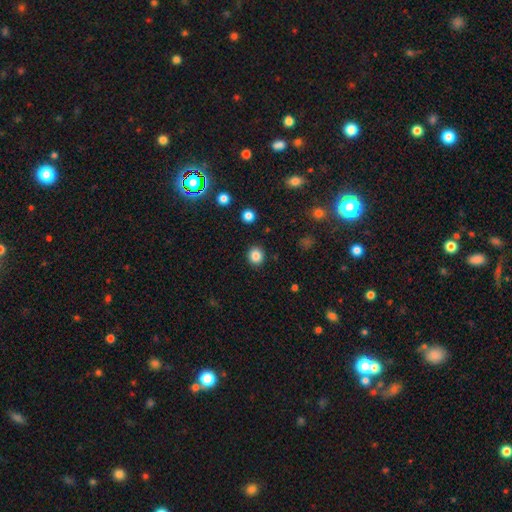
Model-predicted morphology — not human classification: smooth_or_featured: smooth (p=0.85) [alt: star or artifact p=0.11]
how_rounded: round (p=0.86) [alt: in between p=0.13]
merging: none (p=0.90) [alt: minor disturbance p=0.06]